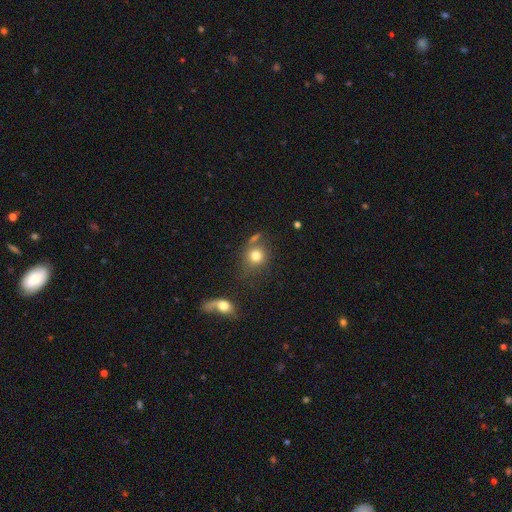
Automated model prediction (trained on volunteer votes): Smooth or featured? Predicted: smooth (p=0.79). How rounded? Predicted: round (p=0.81). Merging? Predicted: none (p=0.57).